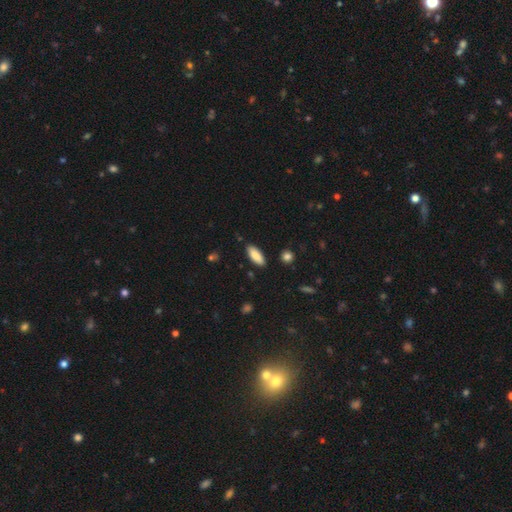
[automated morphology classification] This is clearly a smooth galaxy (86%). How rounded: likely in between (75%). Merging: clearly none (87%).